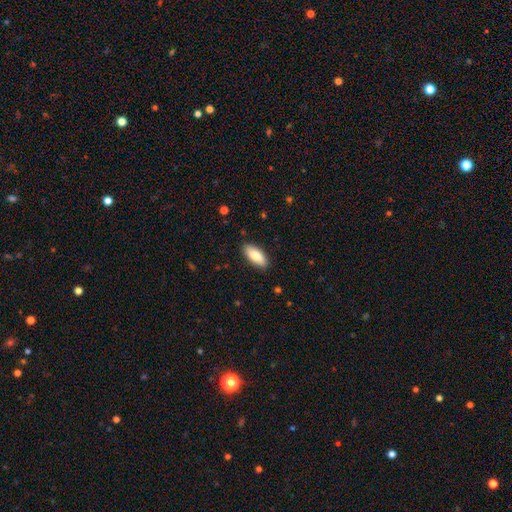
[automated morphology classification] The model was most divided on "how rounded": in between: 83%, cigar-shaped: 15%, round: 2%. More confident: merging — none (87%); smooth or featured — smooth (83%).